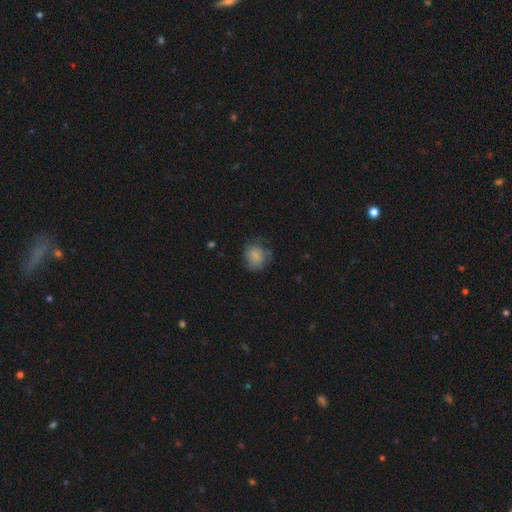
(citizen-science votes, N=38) Smooth or featured?
  - smooth: 47% *
  - featured or disk: 45%
  - star or artifact: 8%
How rounded?
  - round: 89% *
  - in between: 11%
  - cigar-shaped: 0%
Merging?
  - none: 69% *
  - minor disturbance: 26%
  - major disturbance: 6%
  - merger: 0%